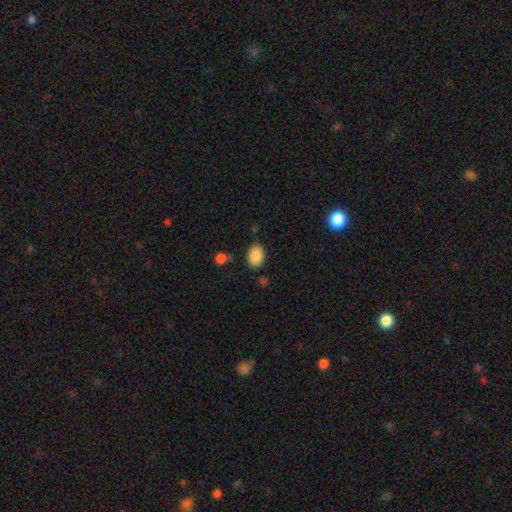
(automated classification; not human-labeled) The model was most divided on "how rounded": in between: 72%, round: 27%, cigar-shaped: 1%. More confident: smooth or featured — smooth (87%); merging — none (81%).